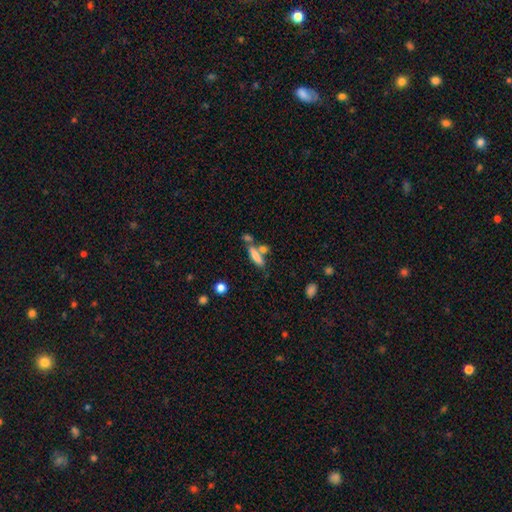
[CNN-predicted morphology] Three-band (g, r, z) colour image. It shows a smooth galaxy with no disk features (74%) that is cigar-shaped (64%). Merging: none (52%).